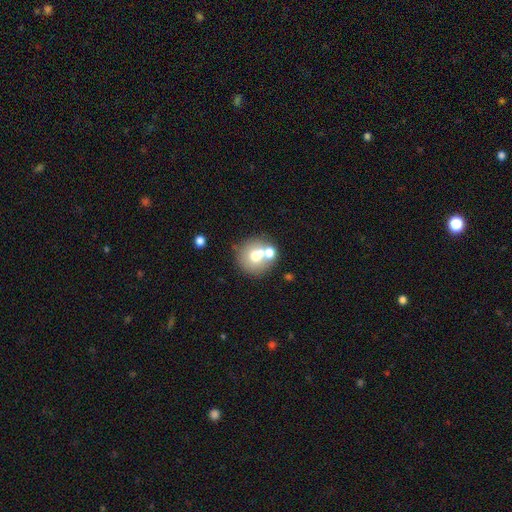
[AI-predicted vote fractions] A smooth galaxy with no disk features (63%) that is round (88%). Merging: none (54%).